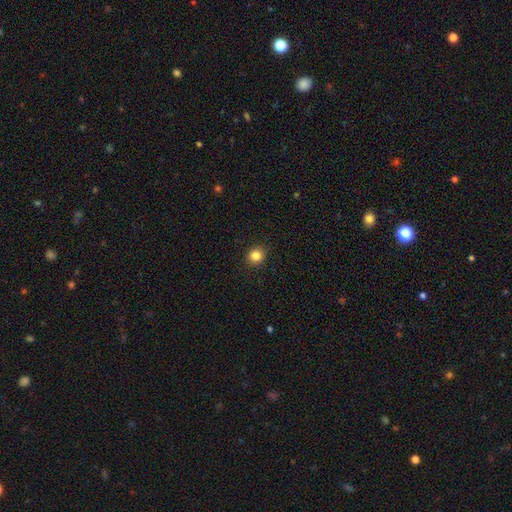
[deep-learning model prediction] The model was most divided on "how rounded": round: 83%, in between: 16%, cigar-shaped: 1%. More confident: merging — none (92%); smooth or featured — smooth (84%).